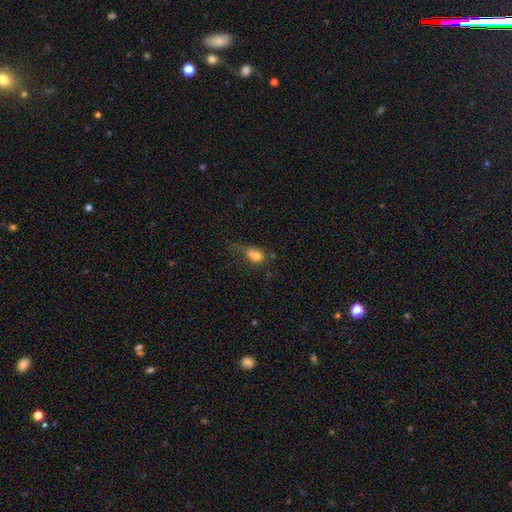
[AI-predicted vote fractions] The model was most divided on "merging": major disturbance: 29%, merger: 27%, none: 23%, minor disturbance: 21%. More confident: smooth or featured — smooth (72%); how rounded — in between (65%).